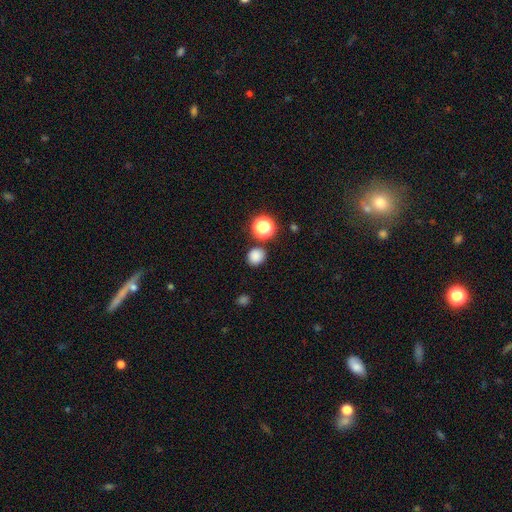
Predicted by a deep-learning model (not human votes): Morphology: type=smooth (82%); roundness=round (81%); merging=none (84%).